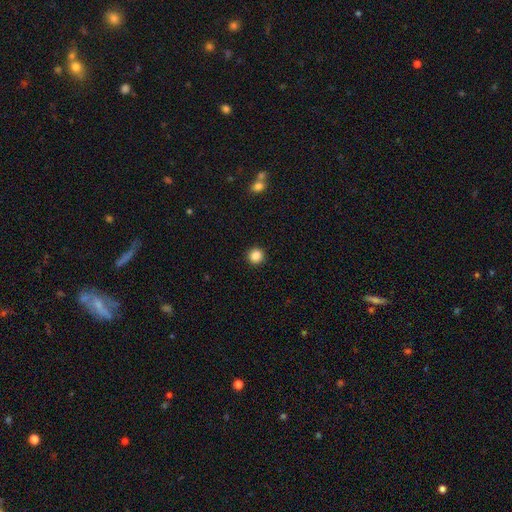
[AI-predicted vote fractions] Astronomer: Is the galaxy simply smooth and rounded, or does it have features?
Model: smooth — 87%.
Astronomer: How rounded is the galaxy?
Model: round — 94%.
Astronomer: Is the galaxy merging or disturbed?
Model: none — 93%.